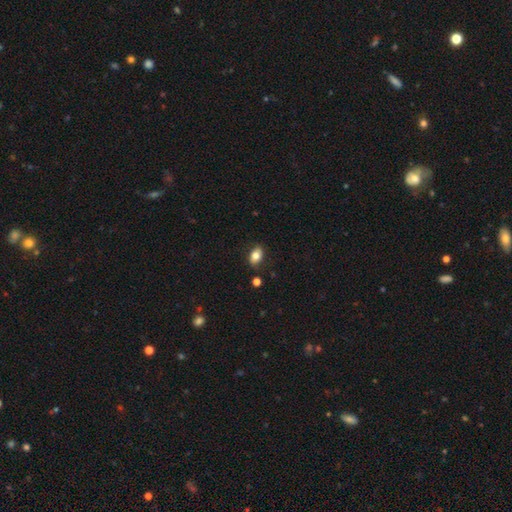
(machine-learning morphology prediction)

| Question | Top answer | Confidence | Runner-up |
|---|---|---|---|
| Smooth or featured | smooth | 79% | featured or disk (12%) |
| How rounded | in between | 85% | round (13%) |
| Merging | none | 84% | minor disturbance (12%) |